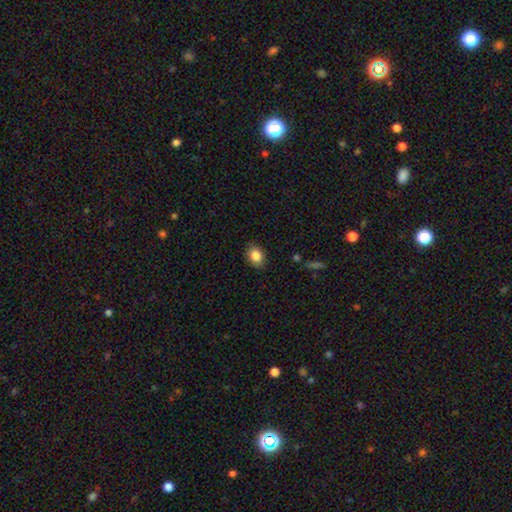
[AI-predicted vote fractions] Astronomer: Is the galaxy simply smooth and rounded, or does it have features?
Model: smooth — 85%.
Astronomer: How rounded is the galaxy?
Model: in between — 62% (runner-up: round, 37%).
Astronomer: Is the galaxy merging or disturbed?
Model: none — 86%.